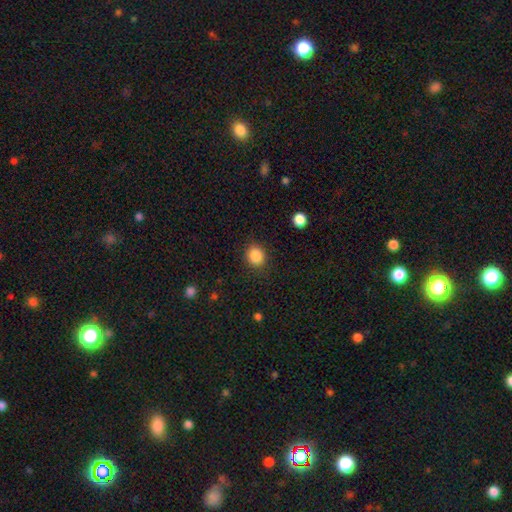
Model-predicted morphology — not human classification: This appears to be a smooth galaxy with no disk features (86%) that is round (76%). Merging: none (88%).